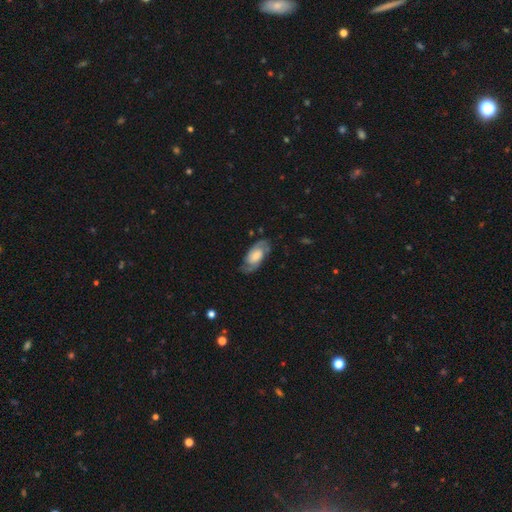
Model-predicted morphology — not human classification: Smooth or featured? Predicted: featured or disk (p=0.75). Edge-on disk? Predicted: no (p=0.95). Bar? Predicted: no (p=0.58). Spiral arms? Predicted: yes (p=0.94). Spiral winding? Predicted: medium (p=0.47). Spiral arm count? Predicted: 2 (p=0.89). Bulge size? Predicted: large (p=0.32). Merging? Predicted: none (p=0.76).